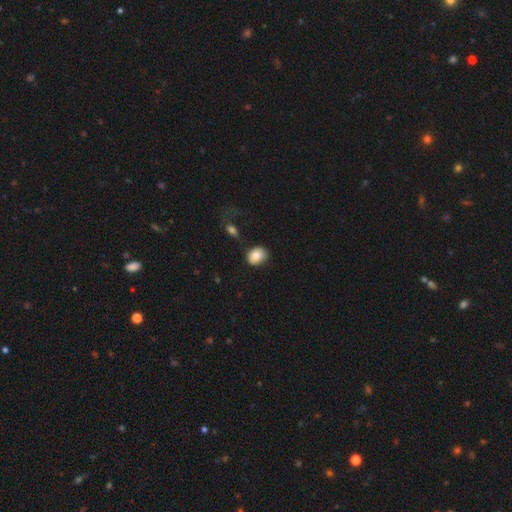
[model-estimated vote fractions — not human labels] A smooth galaxy with no disk features (82%) that is round (51%). Merging: none (70%).